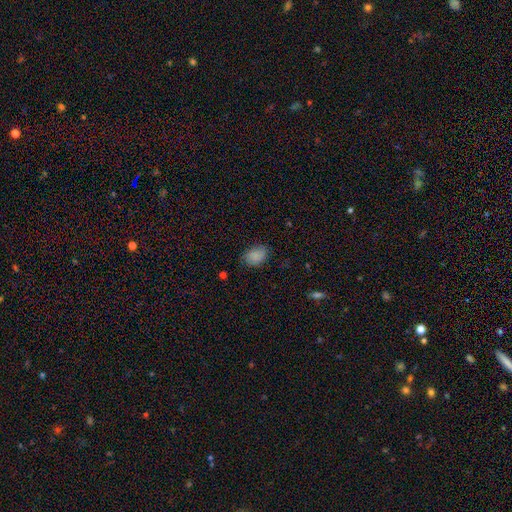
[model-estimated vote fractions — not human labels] smooth 85%, star or artifact 8%, featured or disk 6%. Down the decision tree: how rounded — in between (81%); merging — none (76%).